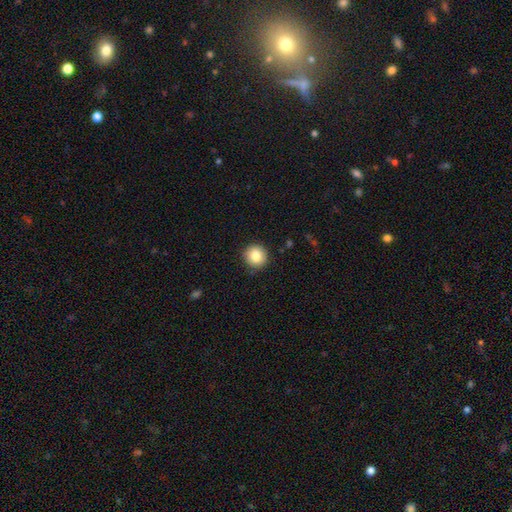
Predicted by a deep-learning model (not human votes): Morphology: type=smooth (84%); roundness=round (93%); merging=none (90%).